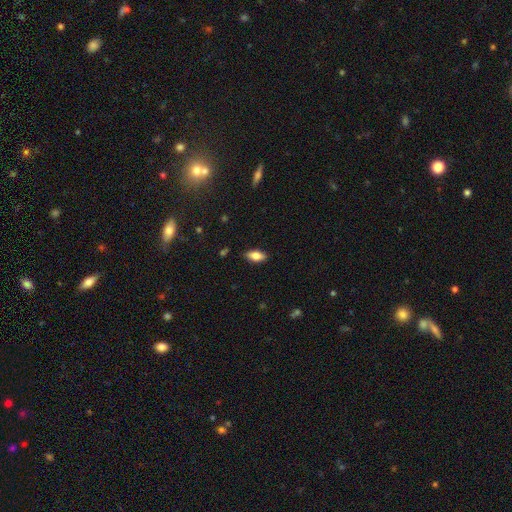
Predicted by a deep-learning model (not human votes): Overall: smooth (78%). How rounded: in between (88%). Merging: none (86%).